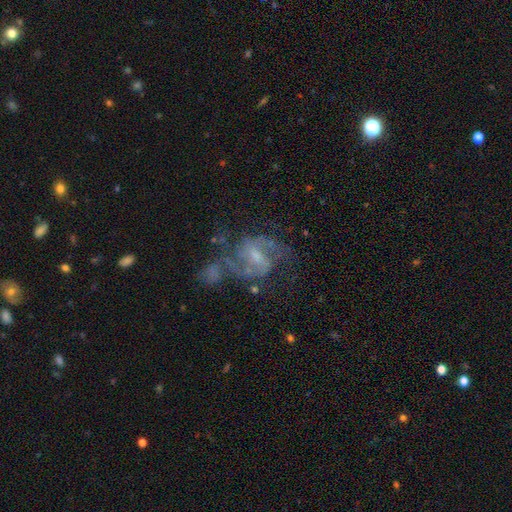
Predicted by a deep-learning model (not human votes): The model was most divided on "bar": weak: 54%, no: 29%, strong: 17%. Remaining: edge-on disk — no (97%); spiral arms — yes (93%); smooth or featured — featured or disk (82%); spiral arm count — 2 (75%); bulge size — small (57%); spiral winding — medium (55%); merging — none (49%).